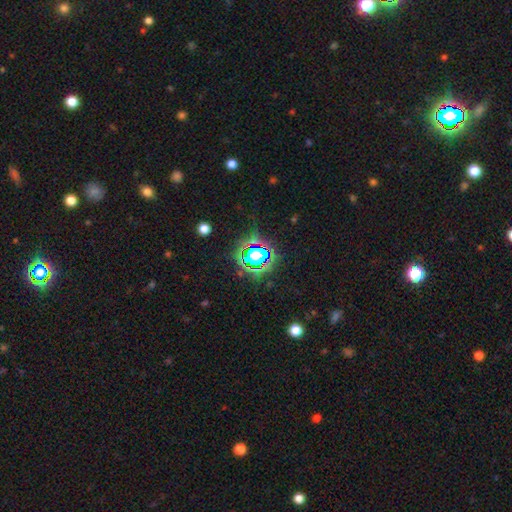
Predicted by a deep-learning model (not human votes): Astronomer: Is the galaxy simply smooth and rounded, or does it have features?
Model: star or artifact — 61%.